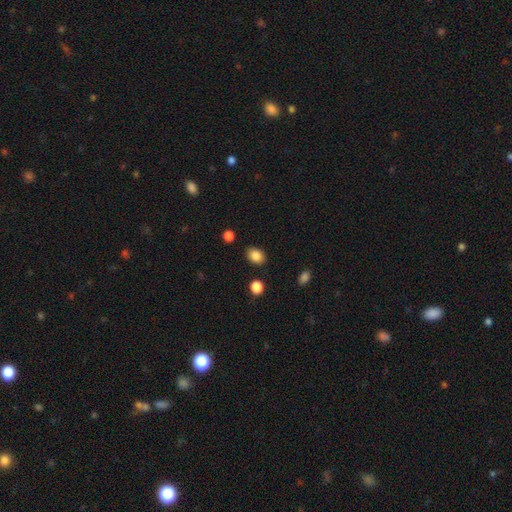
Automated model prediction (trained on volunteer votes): smooth 86%, star or artifact 9%, featured or disk 5%. Down the decision tree: how rounded — in between (69%); merging — none (85%).